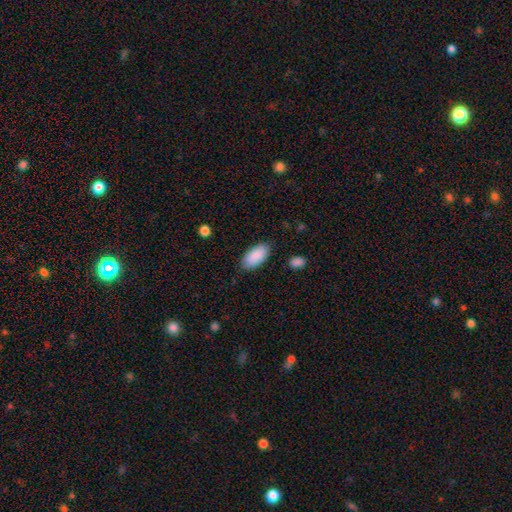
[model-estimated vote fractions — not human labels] This is clearly a smooth galaxy (90%). How rounded: clearly in between (93%). Merging: clearly none (85%).